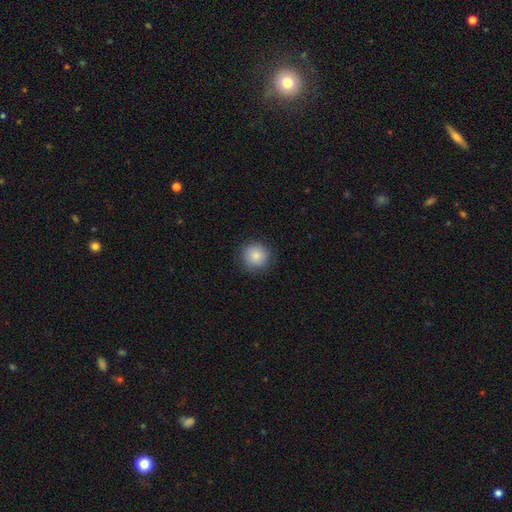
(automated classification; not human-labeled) Overall: smooth (86%). How rounded: round (94%). Merging: none (89%).